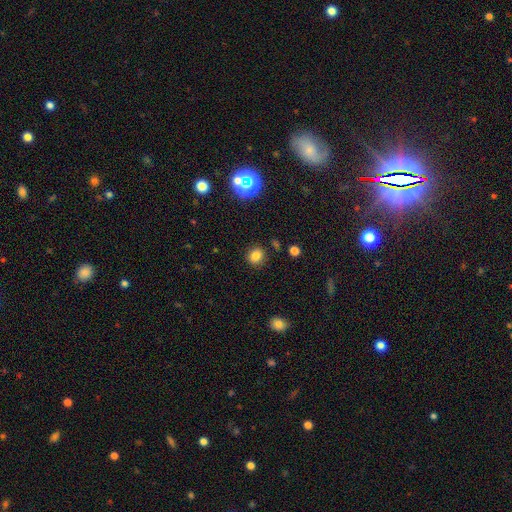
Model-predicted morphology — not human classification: smooth_or_featured: smooth (p=0.80) [alt: star or artifact p=0.15]
how_rounded: round (p=0.78) [alt: in between p=0.21]
merging: none (p=0.85) [alt: minor disturbance p=0.10]